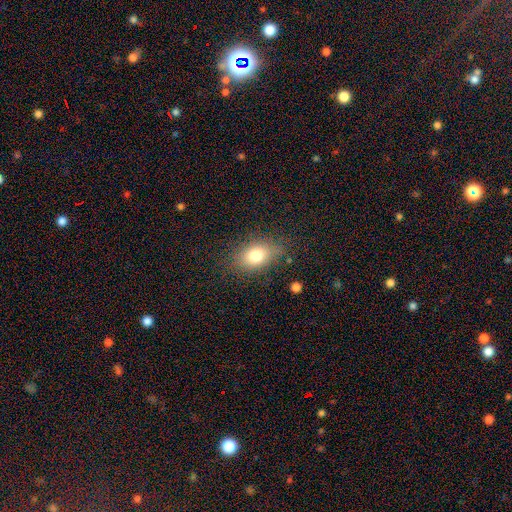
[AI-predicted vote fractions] This is likely a smooth galaxy (77%). How rounded: likely in between (78%). Merging: likely none (78%).